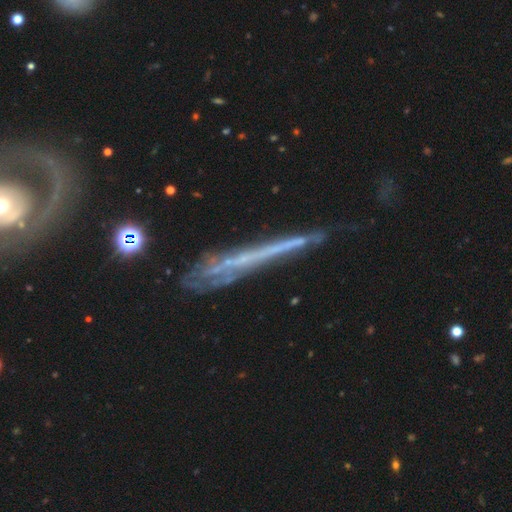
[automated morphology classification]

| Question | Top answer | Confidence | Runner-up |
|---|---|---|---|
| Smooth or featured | featured or disk | 67% | smooth (23%) |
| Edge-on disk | yes | 75% | no (25%) |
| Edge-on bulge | none | 88% | rounded (7%) |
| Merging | none | 61% | minor disturbance (22%) |